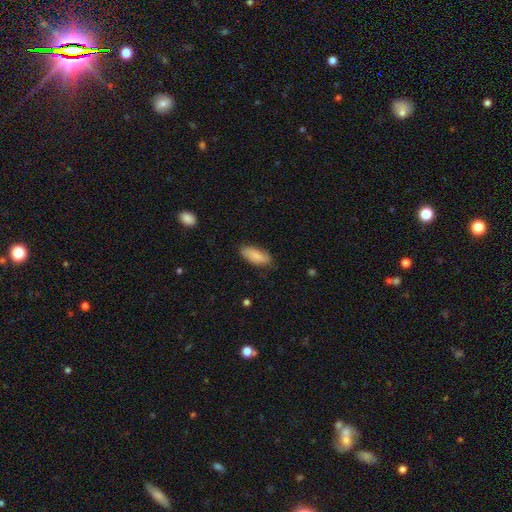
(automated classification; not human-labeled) A smooth galaxy with no disk features (82%) that is in between round and cigar-shaped (82%).

Vote fractions:
- Smooth or featured? smooth: 82% / featured or disk: 12% / star or artifact: 6%
- How rounded? in between: 82% / cigar-shaped: 16% / round: 2%
- Merging? none: 77% / minor disturbance: 18% / major disturbance: 3% / merger: 1%